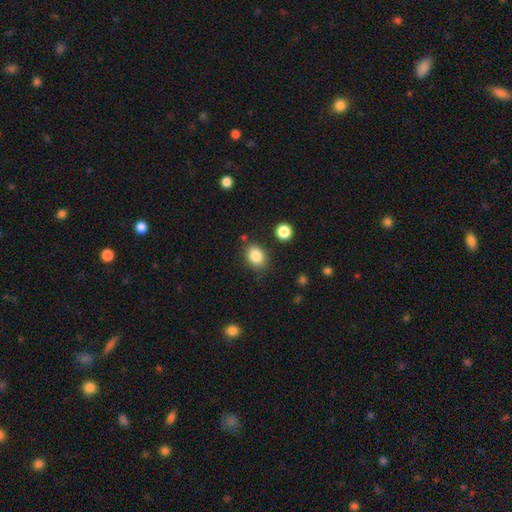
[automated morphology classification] smooth 86%, star or artifact 9%, featured or disk 5%. Down the decision tree: how rounded — in between (67%); merging — none (80%).